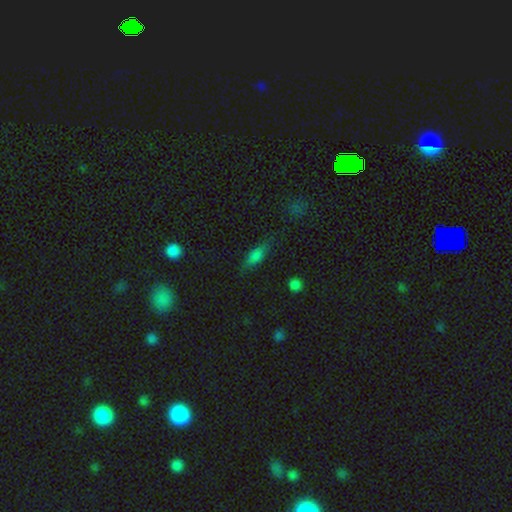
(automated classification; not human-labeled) smooth 72%, featured or disk 14%, star or artifact 13%. Down the decision tree: how rounded — in between (67%); merging — none (74%).